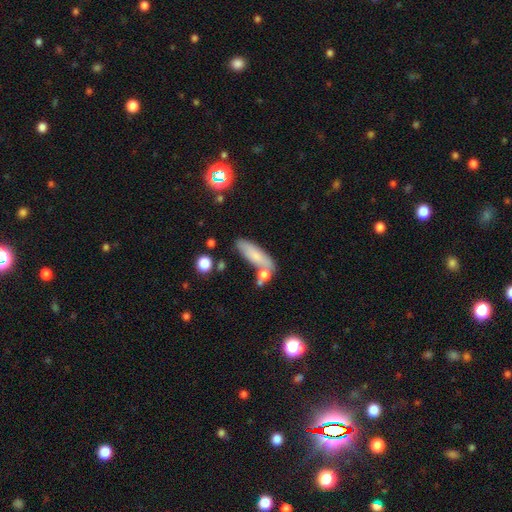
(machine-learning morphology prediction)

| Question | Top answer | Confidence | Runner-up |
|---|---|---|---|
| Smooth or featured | smooth | 73% | featured or disk (19%) |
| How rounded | cigar-shaped | 51% | in between (46%) |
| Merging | none | 63% | minor disturbance (17%) |